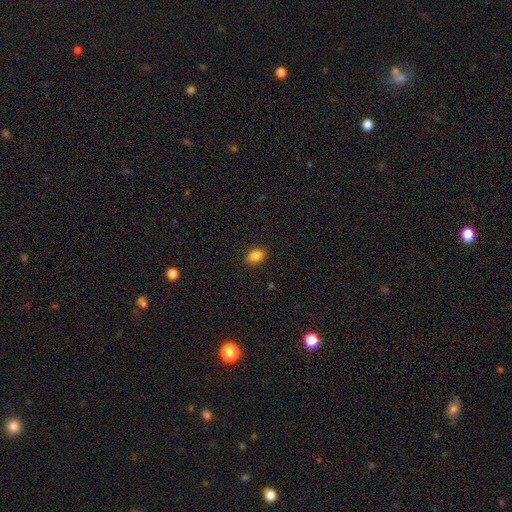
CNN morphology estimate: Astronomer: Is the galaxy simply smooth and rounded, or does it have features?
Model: smooth — 86%.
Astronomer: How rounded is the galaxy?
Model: in between — 68%.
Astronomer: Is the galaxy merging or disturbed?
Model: none — 88%.